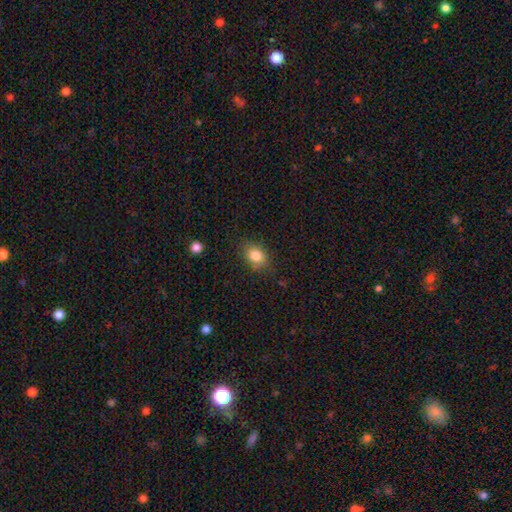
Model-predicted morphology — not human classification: smooth 82%, star or artifact 10%, featured or disk 8%. Down the decision tree: how rounded — in between (68%); merging — none (82%).